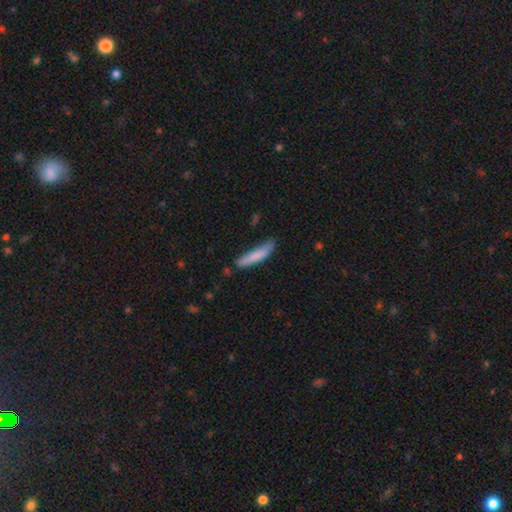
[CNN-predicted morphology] smooth-or-featured: smooth: 79% | featured or disk: 15% | star or artifact: 5%
  how-rounded: cigar-shaped: 87% | in between: 12% | round: 1%
  merging: none: 71% | minor disturbance: 22% | major disturbance: 4% | merger: 3%